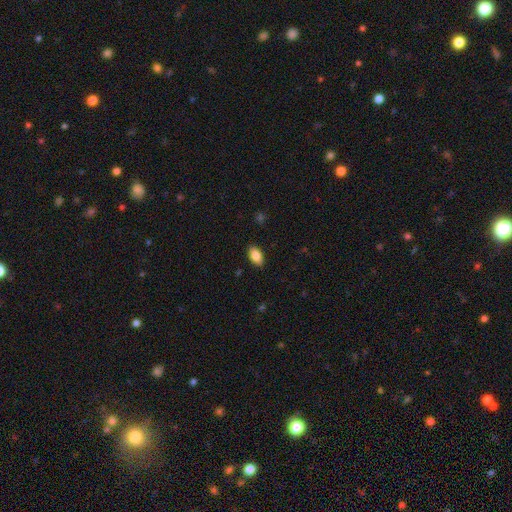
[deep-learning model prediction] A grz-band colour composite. It shows a smooth galaxy with no disk features (86%) that is in between round and cigar-shaped (93%). Merging: none (88%).